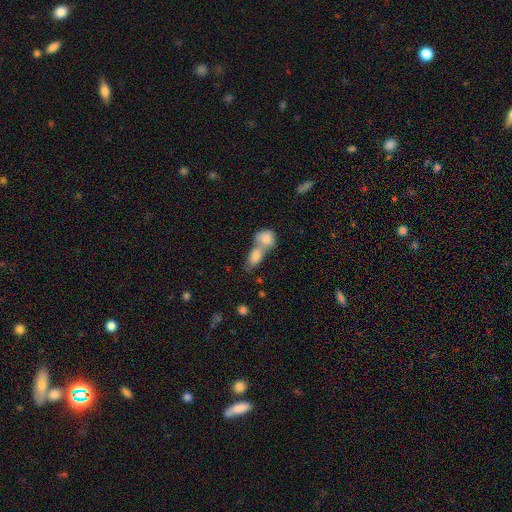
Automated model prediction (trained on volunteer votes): Smooth or featured? smooth (81%)
How rounded? in between (77%)
Merging? merger (70%)